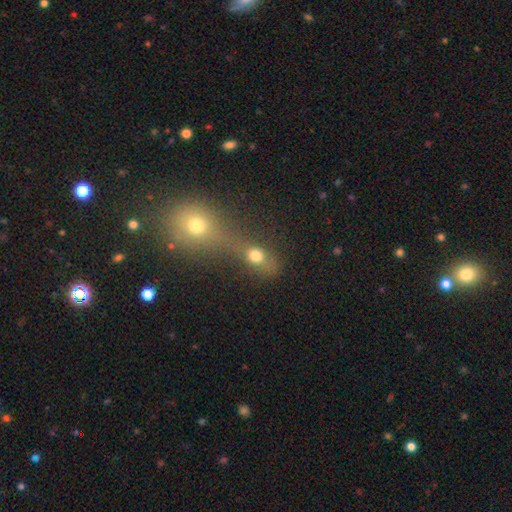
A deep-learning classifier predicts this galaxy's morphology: A smooth galaxy with no disk features (69%) that is round (51%). Merging: merger (50%).